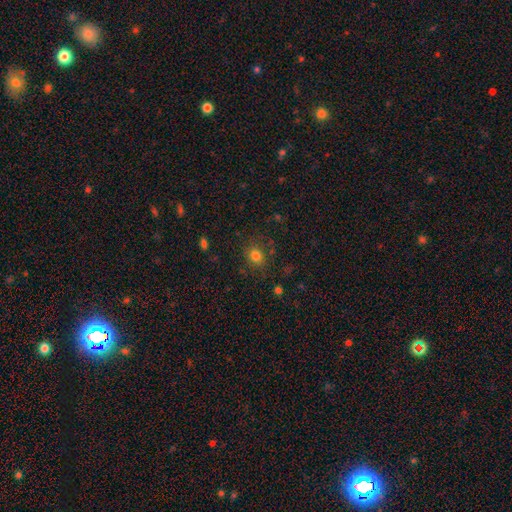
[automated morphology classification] smooth_or_featured: smooth (p=0.79) [alt: star or artifact p=0.14]
how_rounded: round (p=0.71) [alt: in between p=0.28]
merging: none (p=0.81) [alt: minor disturbance p=0.12]